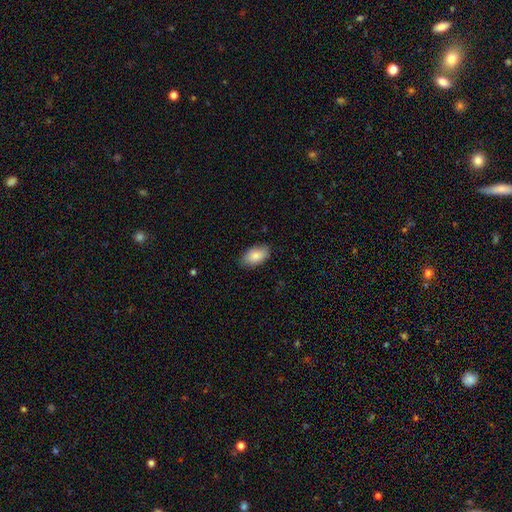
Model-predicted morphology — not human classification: type=smooth (86%); roundness=in between (94%); merging=none (84%).